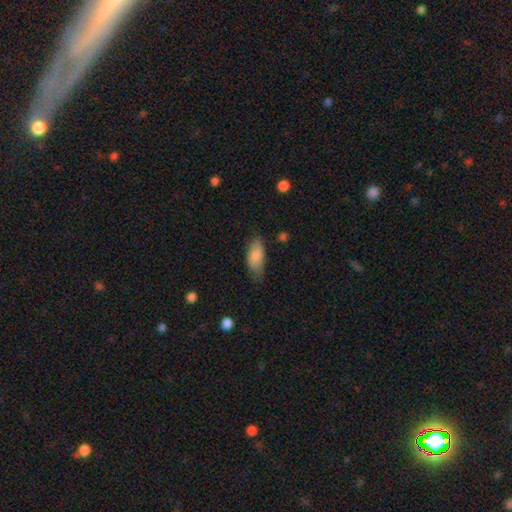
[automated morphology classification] The model was most divided on "merging": none: 66%, minor disturbance: 26%, major disturbance: 6%, merger: 2%. More confident: how rounded — in between (87%); smooth or featured — smooth (83%).